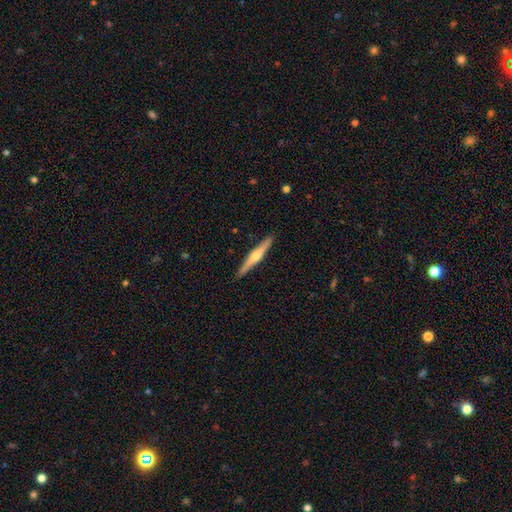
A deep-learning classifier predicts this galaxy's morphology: The model was most divided on "smooth or featured": featured or disk: 67%, smooth: 27%, star or artifact: 5%. More confident: edge-on disk — yes (98%); merging — none (91%); edge-on bulge — rounded (89%).